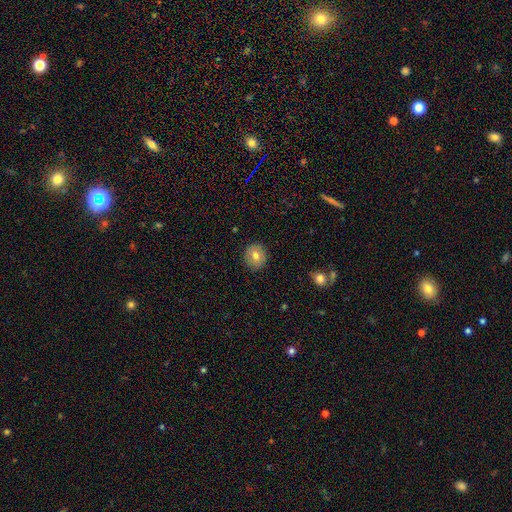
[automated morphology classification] smooth 74%, featured or disk 17%, star or artifact 8%. Down the decision tree: how rounded — round (88%); merging — none (90%).